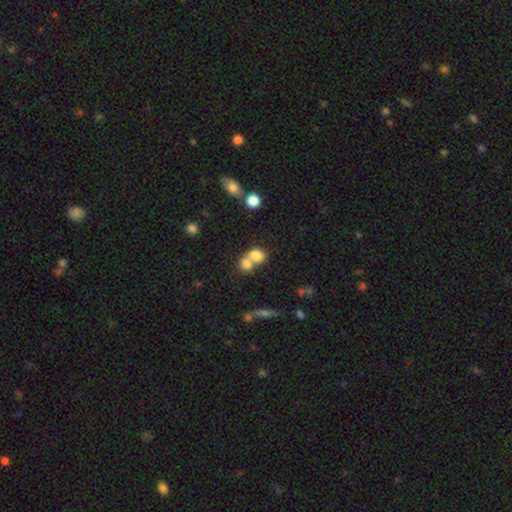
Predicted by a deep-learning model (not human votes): Smooth or featured? smooth (76%)
How rounded? round (50%)
Merging? merger (63%)